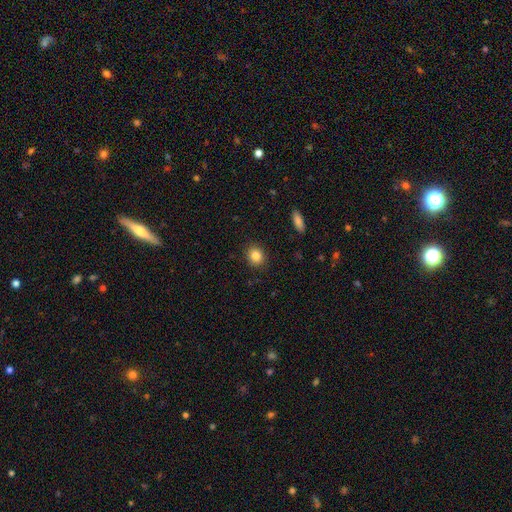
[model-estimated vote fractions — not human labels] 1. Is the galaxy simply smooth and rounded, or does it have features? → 84% smooth, 10% star or artifact, 6% featured or disk.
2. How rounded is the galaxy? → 67% round, 32% in between, 1% cigar-shaped.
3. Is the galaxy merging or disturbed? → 90% none, 7% minor disturbance, 2% major disturbance, 1% merger.